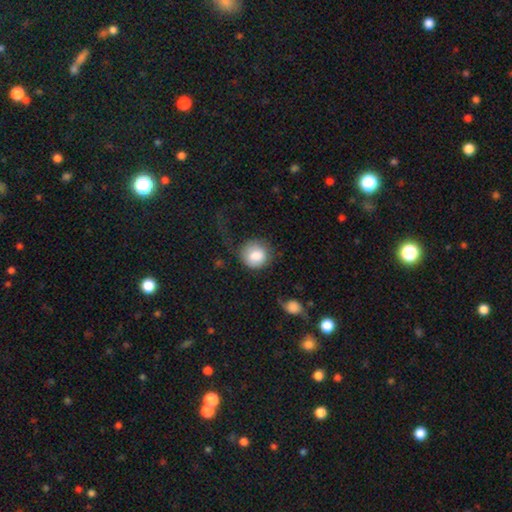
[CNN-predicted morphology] Smooth or featured: smooth — 81% (featured or disk — 12%)
How rounded: round — 89% (in between — 10%)
Merging: none — 55% (major disturbance — 24%)